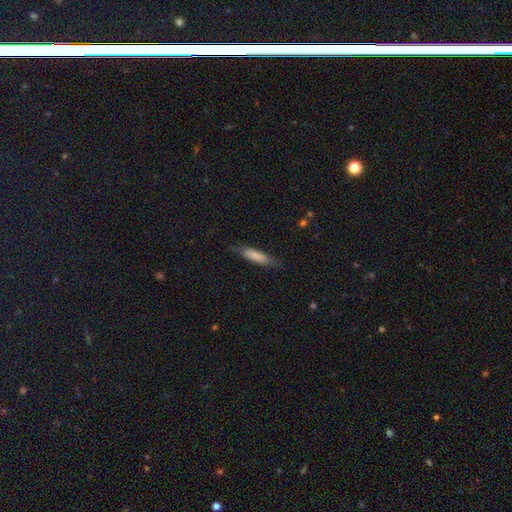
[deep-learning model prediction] Smooth or featured? Predicted: smooth (p=0.78). How rounded? Predicted: cigar-shaped (p=0.69). Merging? Predicted: none (p=0.75).